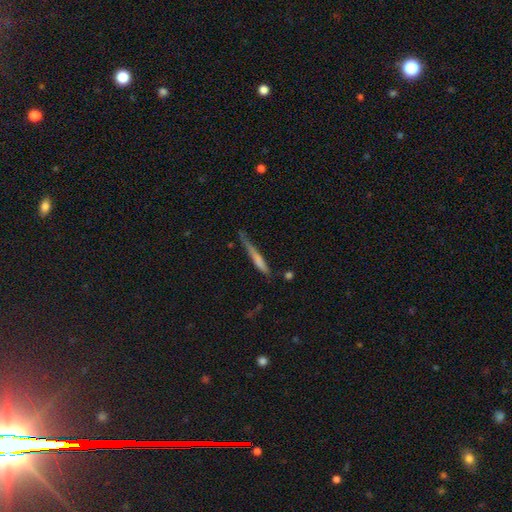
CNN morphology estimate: Smooth or featured? smooth (49%)
Merging? none (67%)